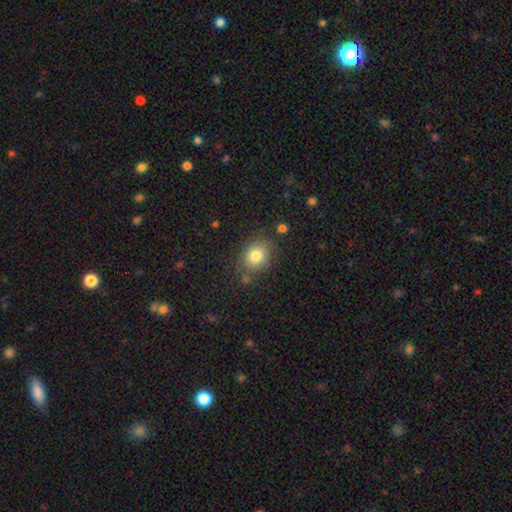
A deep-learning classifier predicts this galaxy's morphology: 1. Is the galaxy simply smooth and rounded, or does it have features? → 81% smooth, 10% star or artifact, 9% featured or disk.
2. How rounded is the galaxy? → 63% round, 36% in between, 1% cigar-shaped.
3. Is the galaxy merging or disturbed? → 79% none, 13% minor disturbance, 4% major disturbance, 4% merger.